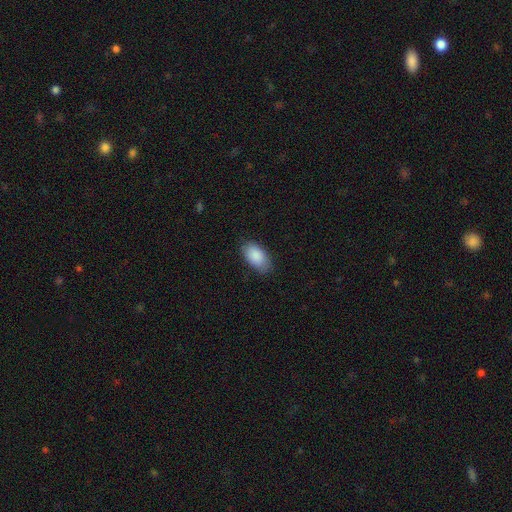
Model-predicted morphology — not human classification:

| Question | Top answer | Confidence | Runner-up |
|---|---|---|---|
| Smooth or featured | smooth | 89% | star or artifact (6%) |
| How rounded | in between | 95% | round (3%) |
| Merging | none | 81% | minor disturbance (15%) |